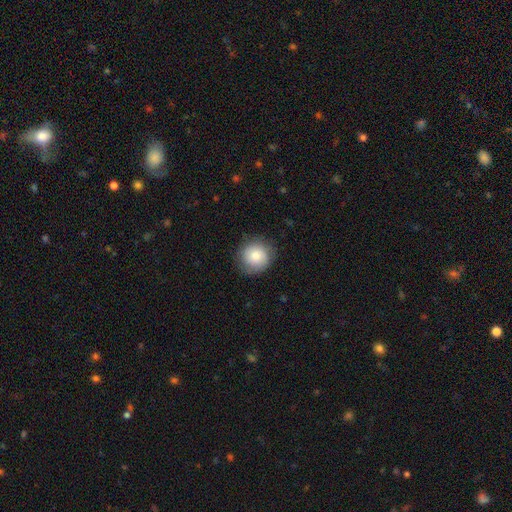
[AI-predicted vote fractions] smooth_or_featured: smooth (p=0.78) [alt: featured or disk p=0.14]
how_rounded: round (p=0.90) [alt: in between p=0.09]
merging: none (p=0.81) [alt: minor disturbance p=0.14]